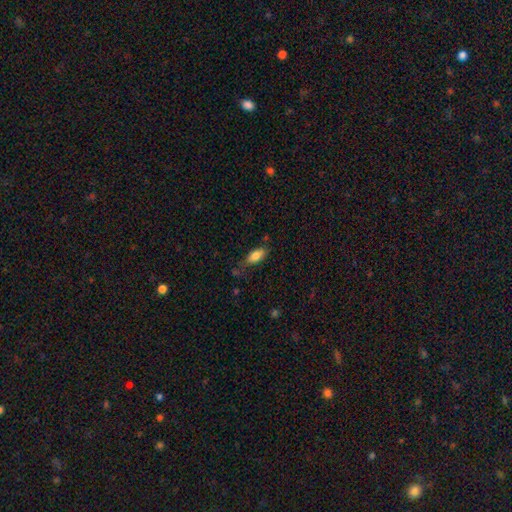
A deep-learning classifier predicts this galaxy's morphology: A smooth galaxy with no disk features (81%) that is in between round and cigar-shaped (87%). Merging: none (67%).